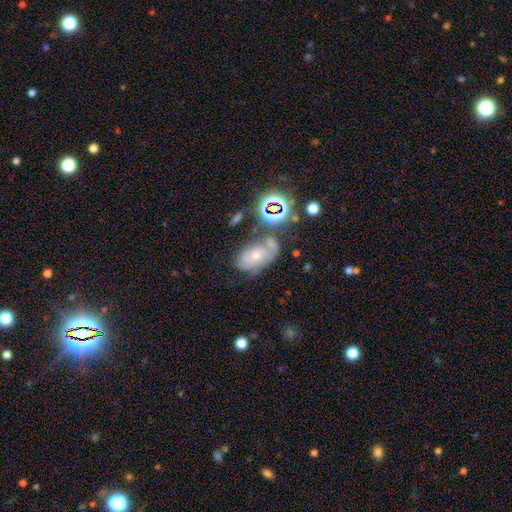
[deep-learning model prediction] Overall: featured or disk (44%; smooth 35%). Merging: none (43%; minor disturbance 23%).